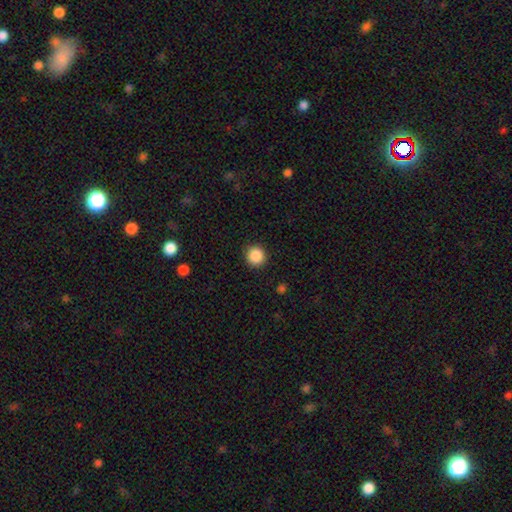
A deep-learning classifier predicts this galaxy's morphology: The model was most divided on "smooth or featured": smooth: 87%, star or artifact: 10%, featured or disk: 3%. More confident: how rounded — round (95%); merging — none (91%).